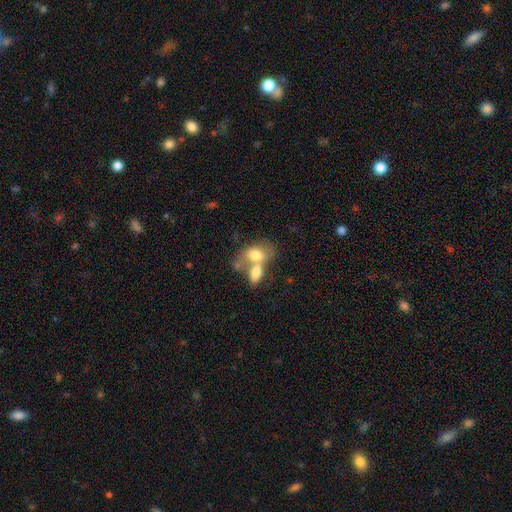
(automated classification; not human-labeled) Smooth or featured? smooth (70%)
How rounded? in between (84%)
Merging? merger (64%)